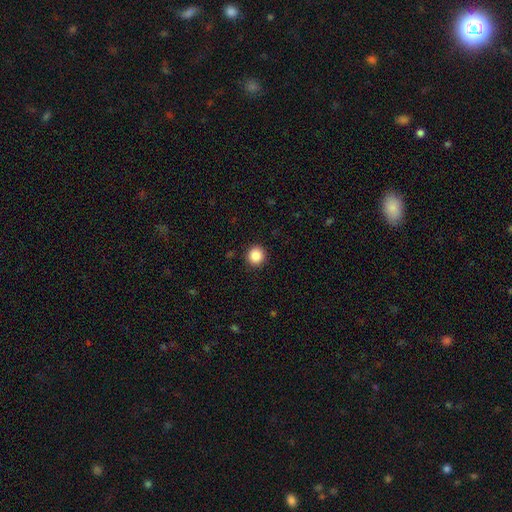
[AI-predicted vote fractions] The model was most divided on "smooth or featured": smooth: 87%, star or artifact: 10%, featured or disk: 3%. More confident: how rounded — round (93%); merging — none (92%).